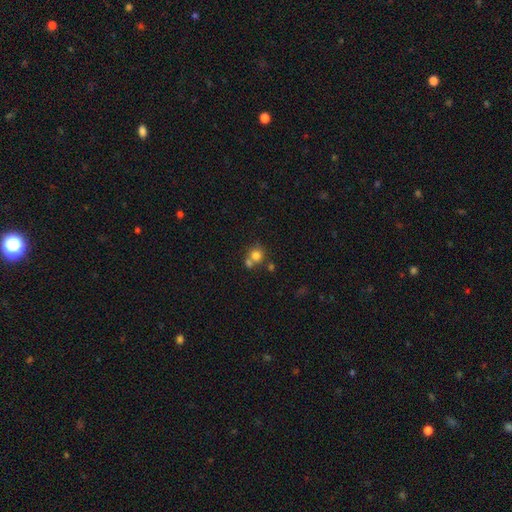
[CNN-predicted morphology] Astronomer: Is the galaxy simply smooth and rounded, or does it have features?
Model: smooth — 77%.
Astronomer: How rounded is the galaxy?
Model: round — 86%.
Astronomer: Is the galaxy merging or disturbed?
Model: none — 49% (runner-up: merger, 39%).